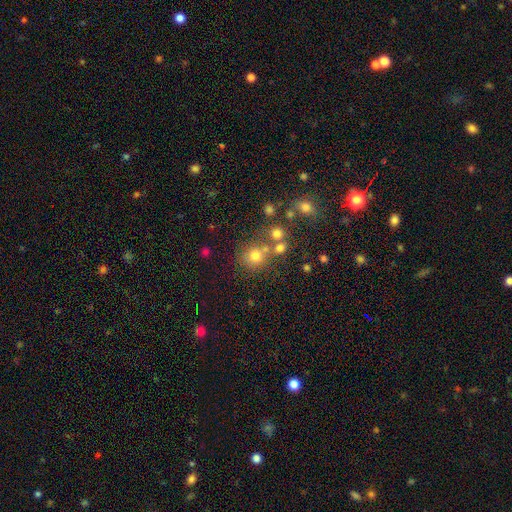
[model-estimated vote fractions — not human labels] This appears to be a smooth galaxy with no disk features (71%) that is round (87%). Merging: none (61%).